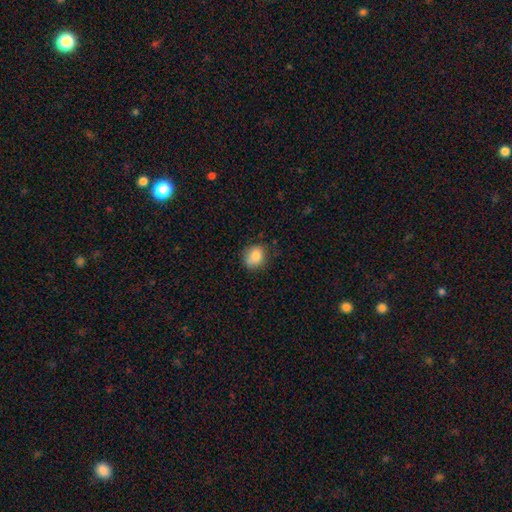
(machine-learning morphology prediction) smooth_or_featured: smooth (p=0.84) [alt: star or artifact p=0.09]
how_rounded: round (p=0.65) [alt: in between p=0.34]
merging: none (p=0.73) [alt: minor disturbance p=0.21]